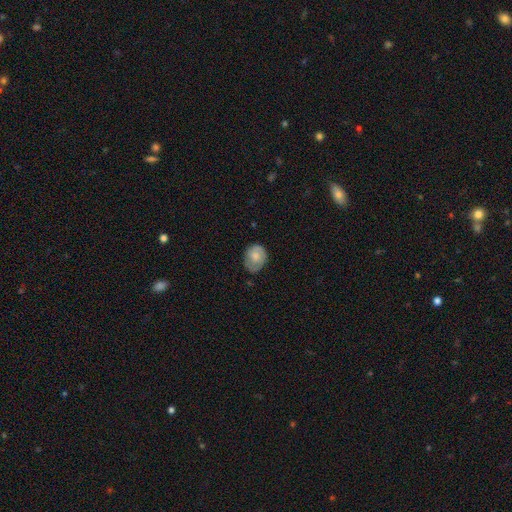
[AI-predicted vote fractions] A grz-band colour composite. It shows a smooth galaxy with no disk features (68%) that is in between round and cigar-shaped (54%). Merging: none (60%).